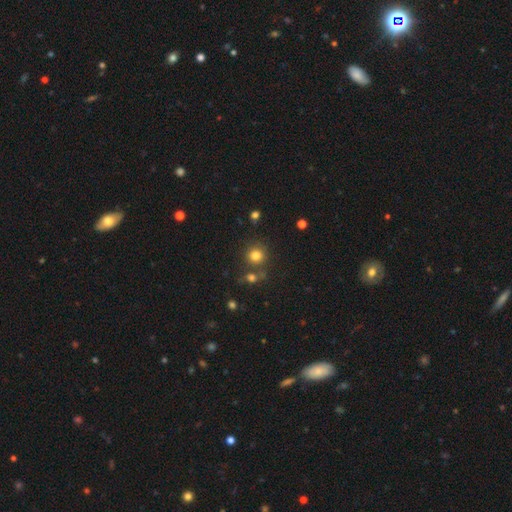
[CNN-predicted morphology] A smooth galaxy with no disk features (79%) that is round (89%).

Vote fractions:
- Smooth or featured? smooth: 79% / star or artifact: 14% / featured or disk: 7%
- How rounded? round: 89% / in between: 10% / cigar-shaped: 1%
- Merging? none: 73% / merger: 14% / minor disturbance: 9% / major disturbance: 4%